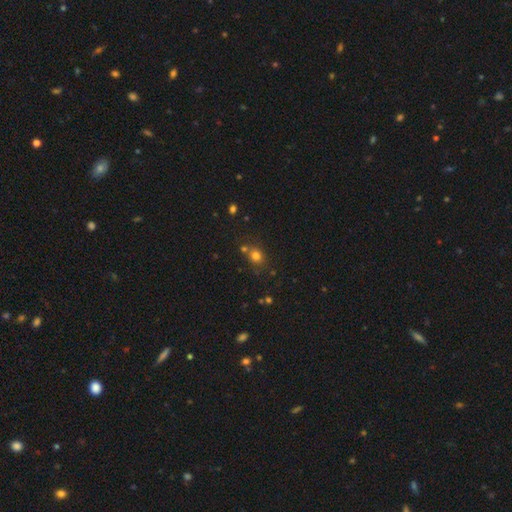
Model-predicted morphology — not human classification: The model was most divided on "how rounded": round: 71%, in between: 28%, cigar-shaped: 1%. More confident: smooth or featured — smooth (77%); merging — none (66%).